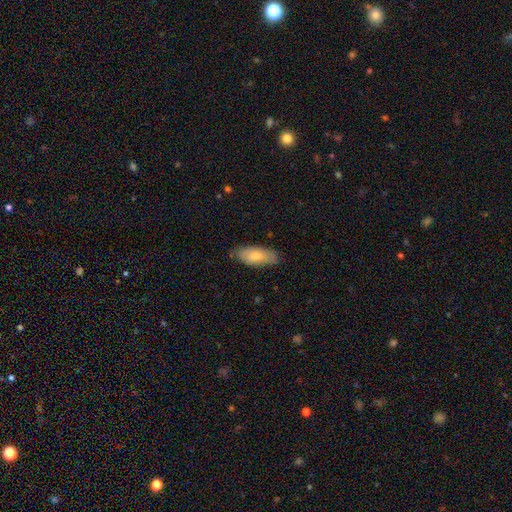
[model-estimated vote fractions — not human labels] Smooth or featured? Predicted: smooth (p=0.68). How rounded? Predicted: in between (p=0.80). Merging? Predicted: none (p=0.81).